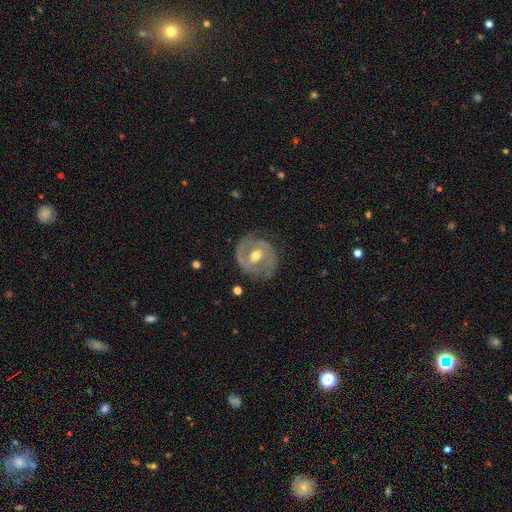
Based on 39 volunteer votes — smooth-or-featured: featured or disk: 90% | smooth: 8% | star or artifact: 3%
  disk-edge-on: no: 94% | yes: 6%
    bar: weak: 52% | no: 36% | strong: 12%
    has-spiral-arms: yes: 76% | no: 24%
      spiral-winding: tight: 52% | medium: 32% | loose: 16%
      spiral-arm-count: 2: 72% | can't tell: 24% | 1: 4% | 3: 0% | 4: 0% | more than 4: 0%
    bulge-size: moderate: 67% | small: 30% | none: 3% | dominant: 0% | large: 0%
  merging: none: 76% | minor disturbance: 16% | major disturbance: 5% | merger: 3%